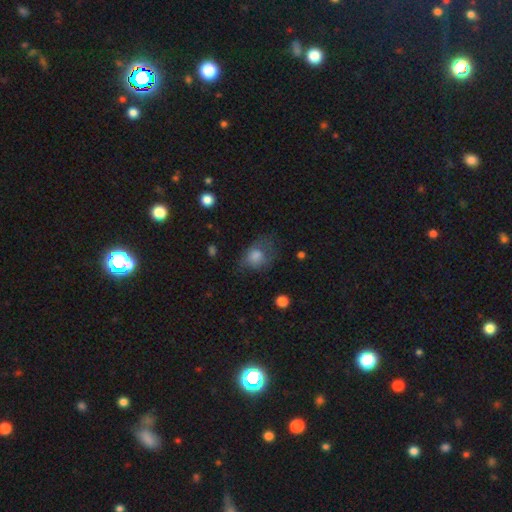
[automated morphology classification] This appears to be a smooth galaxy with no disk features (70%) that is in between round and cigar-shaped (61%). Merging: none (43%).